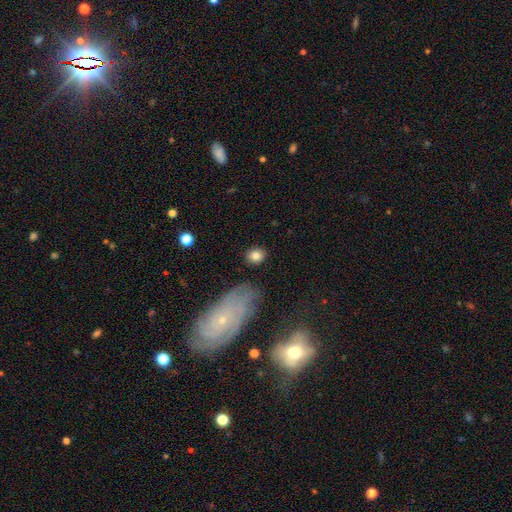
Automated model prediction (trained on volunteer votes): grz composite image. It shows a smooth galaxy with no disk features (82%) that is round (59%). Merging: none (86%).